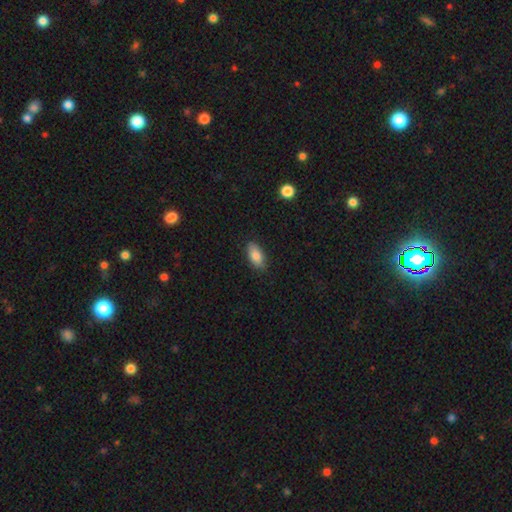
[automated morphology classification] smooth_or_featured: smooth (p=0.83) [alt: featured or disk p=0.10]
how_rounded: in between (p=0.90) [alt: cigar-shaped p=0.07]
merging: none (p=0.85) [alt: minor disturbance p=0.12]